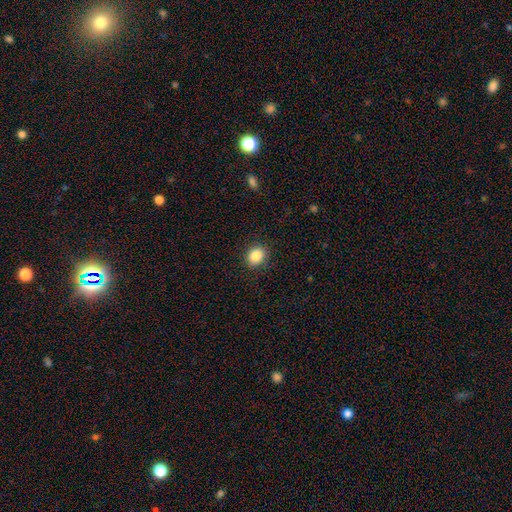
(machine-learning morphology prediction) type=smooth (88%); roundness=round (53%); merging=none (88%).